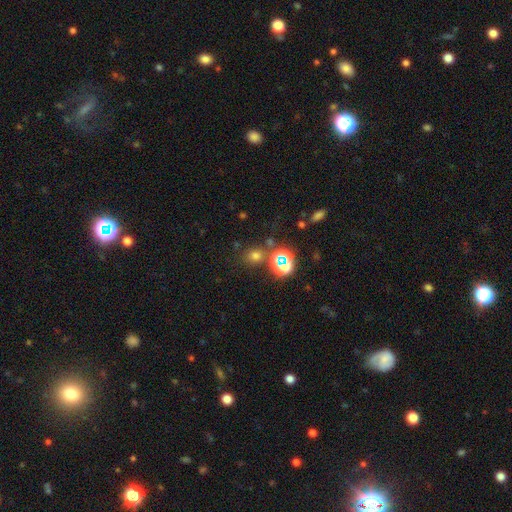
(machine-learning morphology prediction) Smooth or featured? smooth (64%)
How rounded? round (73%)
Merging? none (76%)